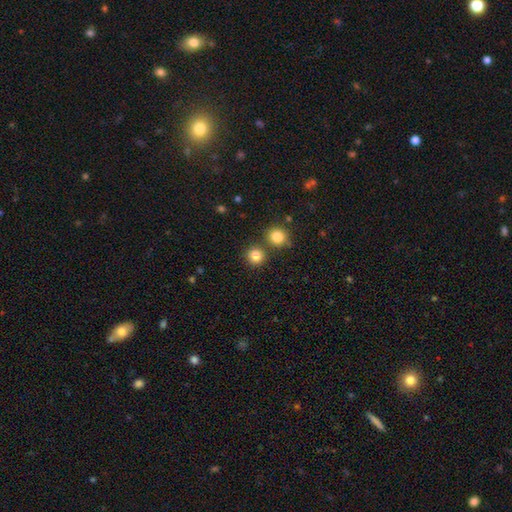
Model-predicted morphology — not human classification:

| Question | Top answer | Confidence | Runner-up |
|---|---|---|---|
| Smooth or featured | smooth | 84% | star or artifact (11%) |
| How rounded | round | 92% | in between (7%) |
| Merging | none | 78% | merger (13%) |